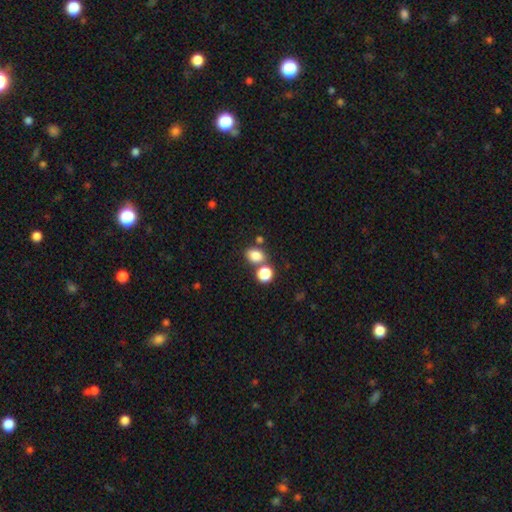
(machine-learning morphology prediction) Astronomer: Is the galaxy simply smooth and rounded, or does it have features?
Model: smooth — 82%.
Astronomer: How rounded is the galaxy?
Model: in between — 61% (runner-up: round, 38%).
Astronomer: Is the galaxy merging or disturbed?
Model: none — 61%.